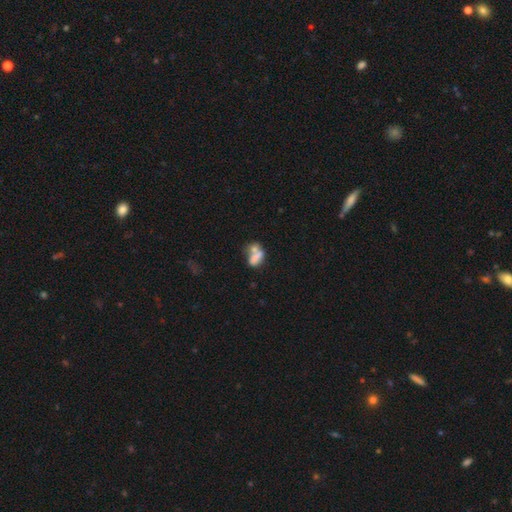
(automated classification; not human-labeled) smooth-or-featured: smooth: 65% | featured or disk: 24% | star or artifact: 11%
  how-rounded: in between: 74% | round: 15% | cigar-shaped: 10%
  merging: merger: 50% | none: 28% | minor disturbance: 12% | major disturbance: 9%